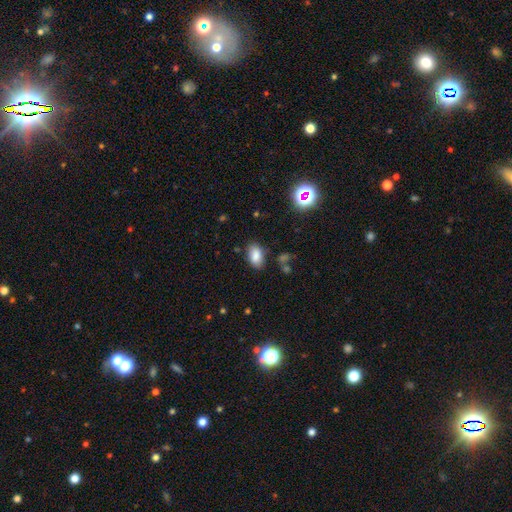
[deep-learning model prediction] Smooth or featured?
  - smooth: 83% *
  - star or artifact: 10%
  - featured or disk: 7%
How rounded?
  - in between: 91% *
  - round: 7%
  - cigar-shaped: 2%
Merging?
  - none: 80% *
  - minor disturbance: 14%
  - major disturbance: 3%
  - merger: 3%